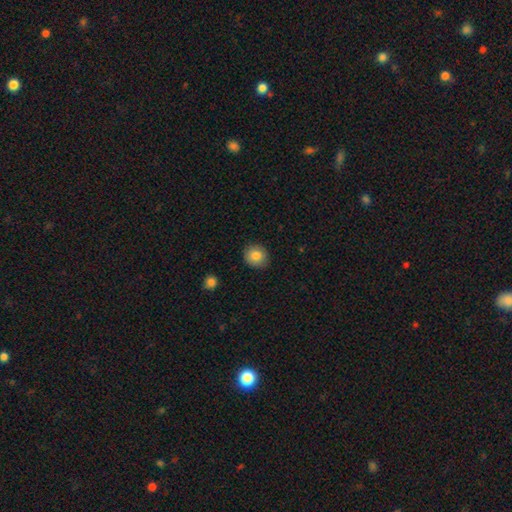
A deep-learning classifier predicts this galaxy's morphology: The model was most divided on "how rounded": round: 84%, in between: 15%, cigar-shaped: 1%. More confident: merging — none (89%); smooth or featured — smooth (84%).